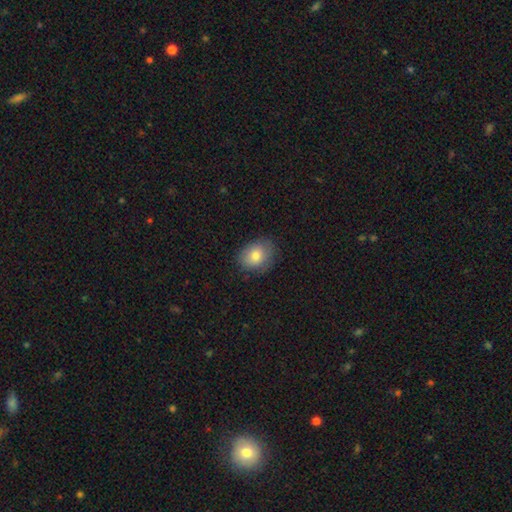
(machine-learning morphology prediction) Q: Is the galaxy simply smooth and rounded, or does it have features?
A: smooth — 79%.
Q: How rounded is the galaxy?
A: in between — 57%.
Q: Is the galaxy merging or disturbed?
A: none — 79%.